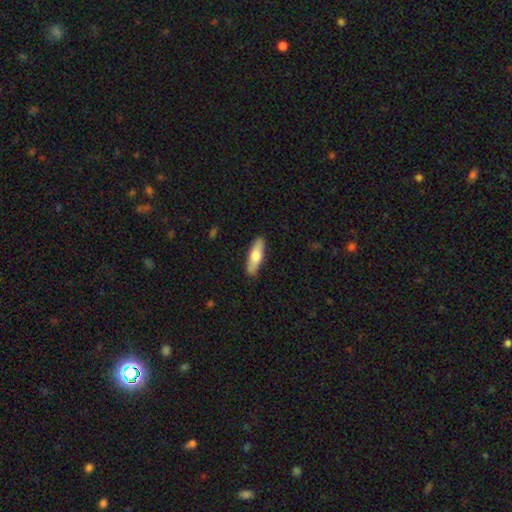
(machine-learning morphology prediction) The model was most divided on "how rounded": cigar-shaped: 57%, in between: 41%, round: 2%. More confident: merging — none (89%); smooth or featured — smooth (68%).